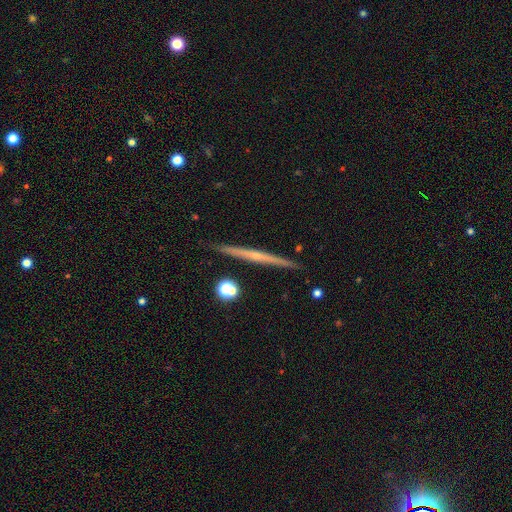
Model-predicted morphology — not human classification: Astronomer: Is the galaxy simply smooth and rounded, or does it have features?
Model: featured or disk — 73%.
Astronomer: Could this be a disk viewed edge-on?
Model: yes — 98%.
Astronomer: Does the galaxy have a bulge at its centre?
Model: rounded — 52% (runner-up: none, 43%).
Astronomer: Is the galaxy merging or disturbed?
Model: none — 91%.